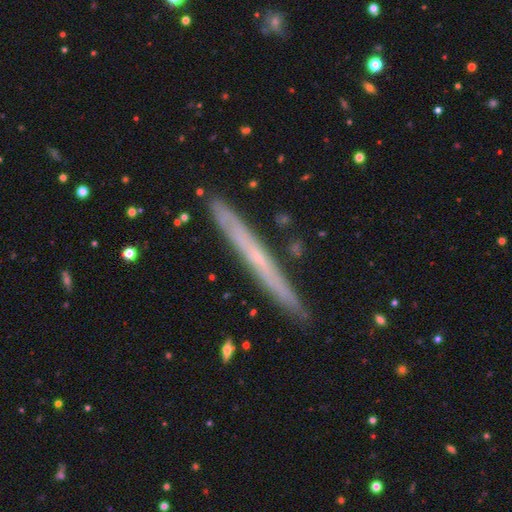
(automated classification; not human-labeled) Q: Smooth or featured?
A: featured or disk (58%); runner-up: smooth (35%)
Q: Edge-on disk?
A: yes (94%); runner-up: no (6%)
Q: Edge-on bulge?
A: none (79%); runner-up: rounded (18%)
Q: Merging?
A: none (89%); runner-up: minor disturbance (8%)